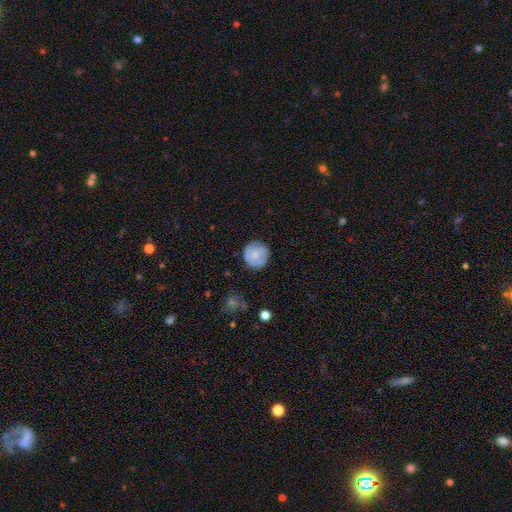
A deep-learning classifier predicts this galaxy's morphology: Overall: smooth (65%; featured or disk 28%). How rounded: round (92%). Merging: none (79%).